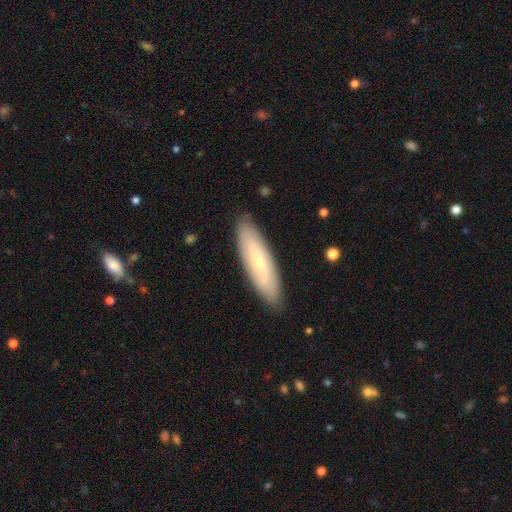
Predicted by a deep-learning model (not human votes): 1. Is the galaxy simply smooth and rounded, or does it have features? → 54% smooth, 39% featured or disk, 7% star or artifact.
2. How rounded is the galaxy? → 64% cigar-shaped, 34% in between, 2% round.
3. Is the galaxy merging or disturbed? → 88% none, 9% minor disturbance, 2% major disturbance, 1% merger.